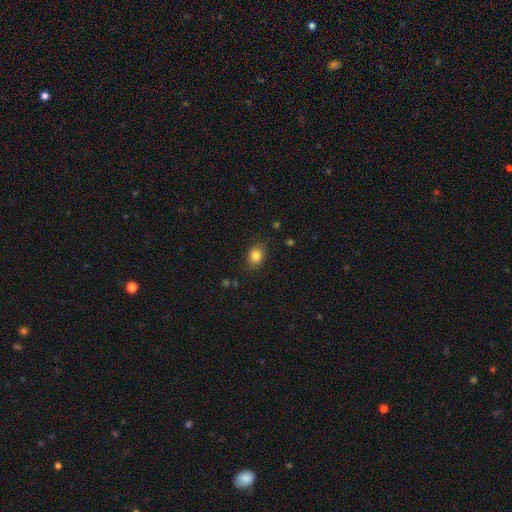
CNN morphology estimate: This appears to be a smooth galaxy with no disk features (84%) that is in between round and cigar-shaped (55%). Merging: none (84%).